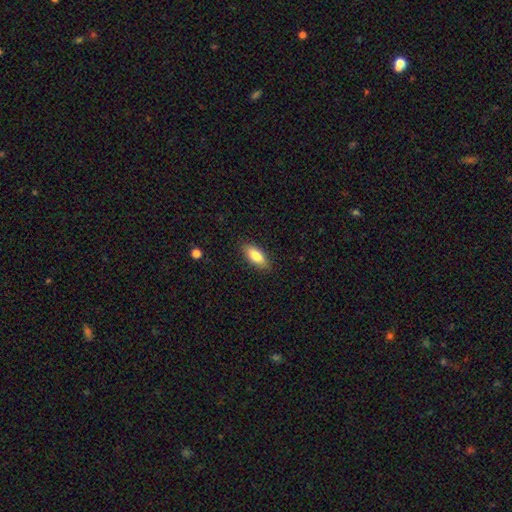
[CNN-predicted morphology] A smooth galaxy with no disk features (83%) that is in between round and cigar-shaped (80%). Merging: none (87%).